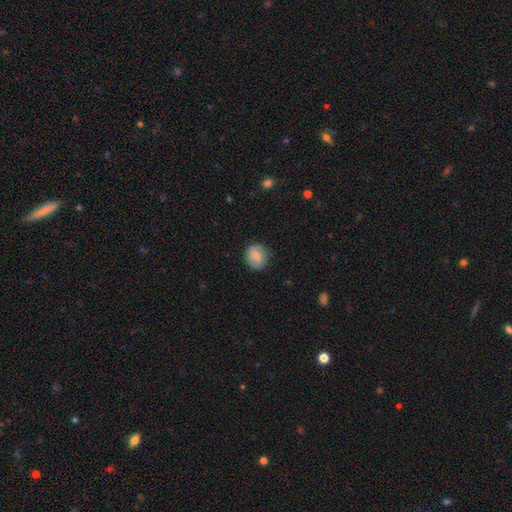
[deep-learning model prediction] Smooth or featured?
  - smooth: 76% *
  - featured or disk: 17%
  - star or artifact: 7%
How rounded?
  - round: 83% *
  - in between: 16%
  - cigar-shaped: 1%
Merging?
  - none: 83% *
  - minor disturbance: 13%
  - major disturbance: 3%
  - merger: 1%